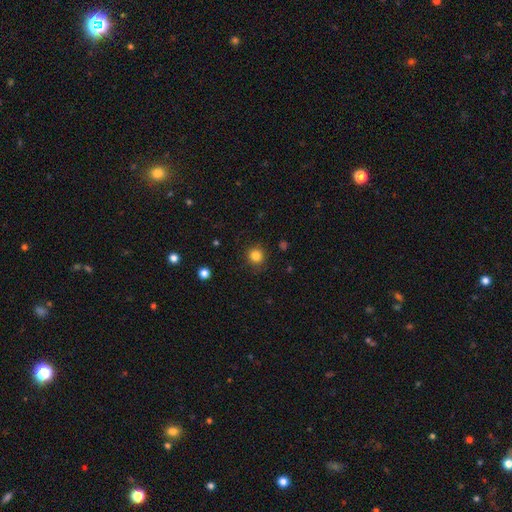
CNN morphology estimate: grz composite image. It shows a smooth galaxy with no disk features (83%) that is round (92%). Merging: none (88%).